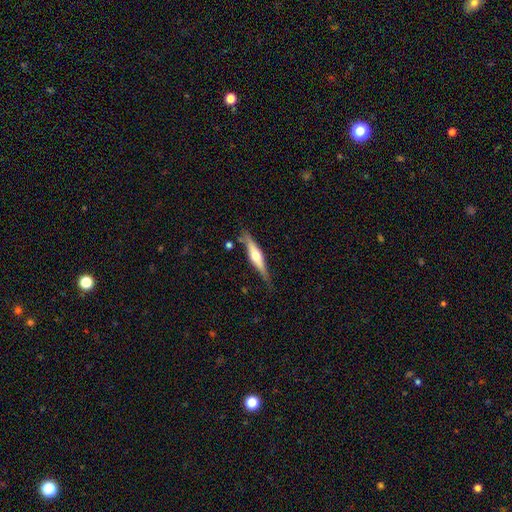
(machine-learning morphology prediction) type=featured or disk (62%); edge-on=yes (94%); edge-on bulge=rounded (91%); merging=none (75%).